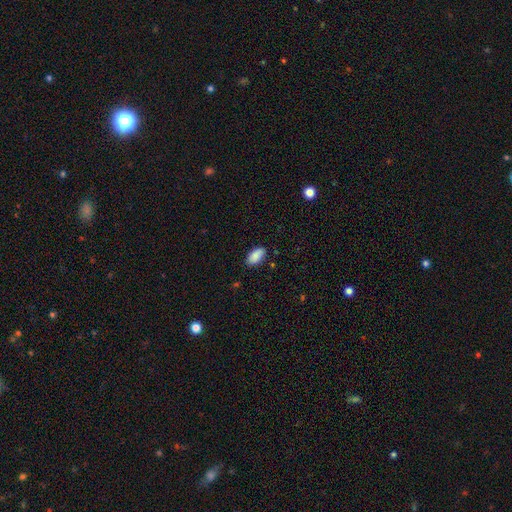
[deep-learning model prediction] smooth_or_featured: smooth (p=0.87) [alt: star or artifact p=0.07]
how_rounded: in between (p=0.94) [alt: cigar-shaped p=0.03]
merging: none (p=0.83) [alt: minor disturbance p=0.13]